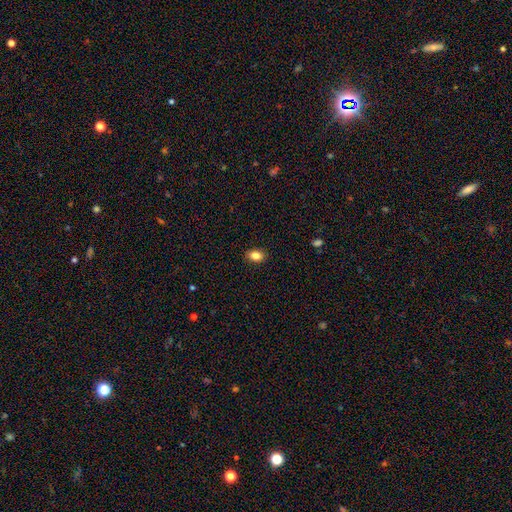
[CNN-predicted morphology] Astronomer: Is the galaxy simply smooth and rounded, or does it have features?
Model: smooth — 84%.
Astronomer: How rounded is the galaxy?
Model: in between — 79%.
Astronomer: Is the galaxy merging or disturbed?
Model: none — 89%.